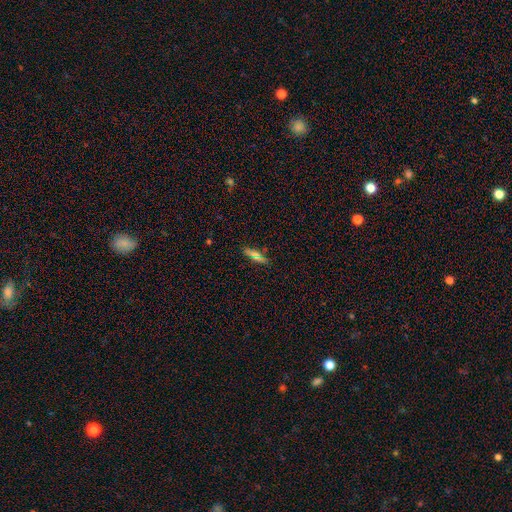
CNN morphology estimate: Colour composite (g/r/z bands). It shows a smooth galaxy with no disk features (56%) that is cigar-shaped (73%). Merging: none (84%).